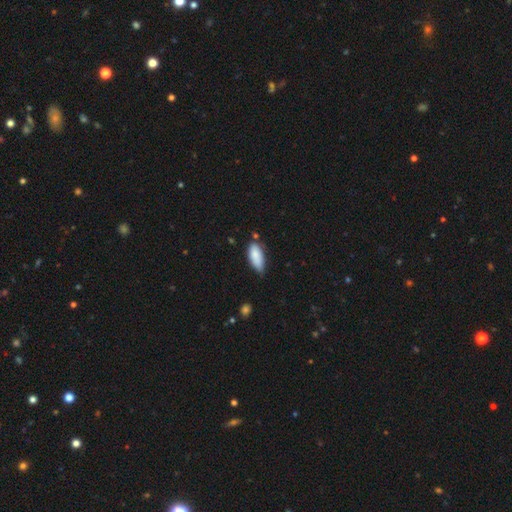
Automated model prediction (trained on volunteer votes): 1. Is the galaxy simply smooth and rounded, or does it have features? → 86% smooth, 8% featured or disk, 6% star or artifact.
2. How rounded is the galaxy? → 83% in between, 15% cigar-shaped, 2% round.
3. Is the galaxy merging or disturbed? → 55% none, 36% minor disturbance, 5% major disturbance, 3% merger.